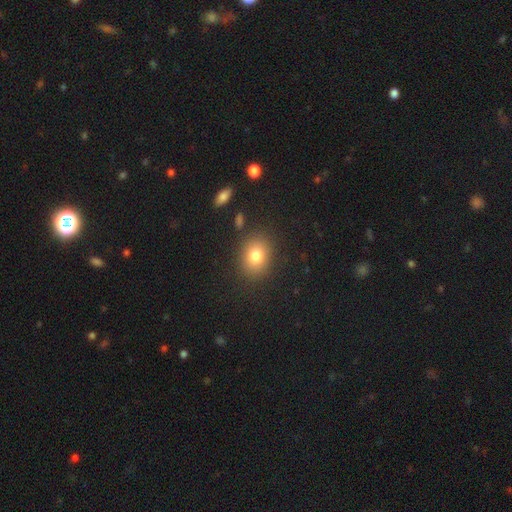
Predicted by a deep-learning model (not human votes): This is clearly a smooth galaxy (80%). How rounded: possibly round (51%). Merging: clearly none (84%).